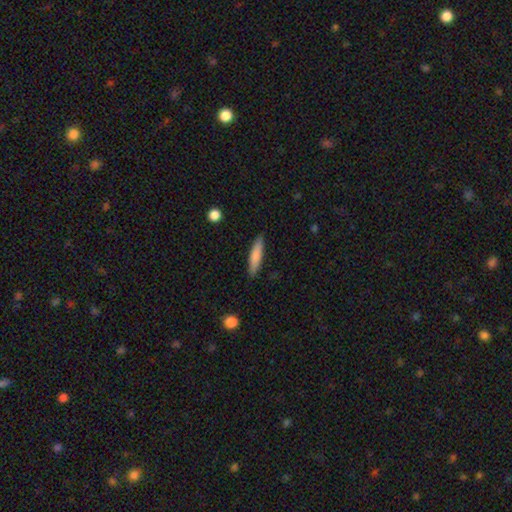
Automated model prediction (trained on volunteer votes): Smooth or featured? smooth (78%)
How rounded? cigar-shaped (82%)
Merging? none (88%)